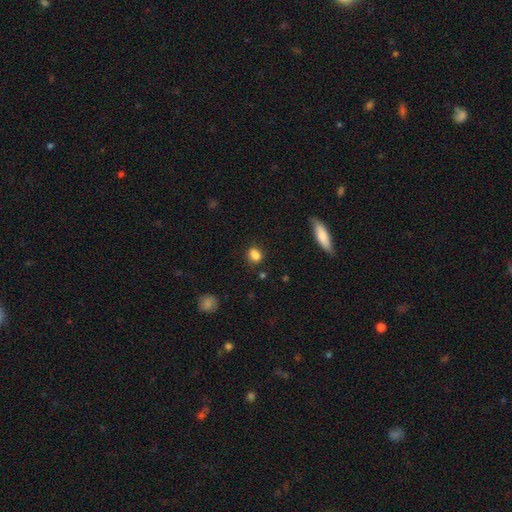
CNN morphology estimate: smooth_or_featured: smooth (p=0.82) [alt: star or artifact p=0.11]
how_rounded: in between (p=0.50) [alt: round p=0.47]
merging: none (p=0.74) [alt: minor disturbance p=0.15]